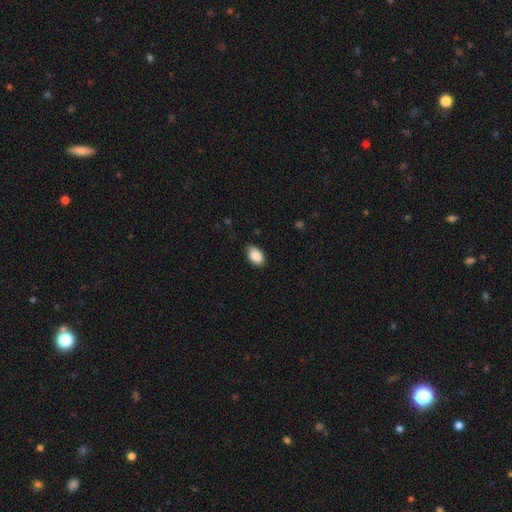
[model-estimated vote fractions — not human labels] Smooth or featured? smooth (89%)
How rounded? in between (92%)
Merging? none (85%)